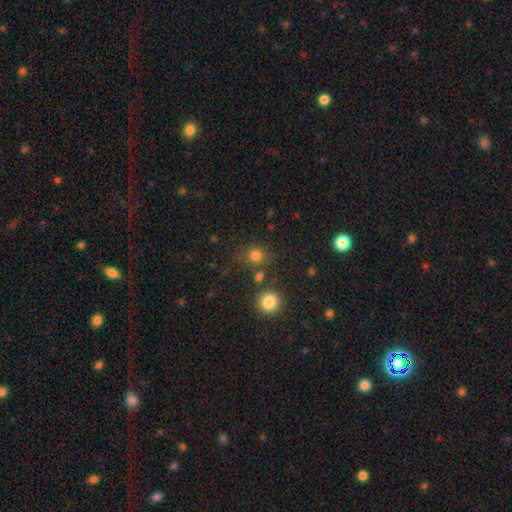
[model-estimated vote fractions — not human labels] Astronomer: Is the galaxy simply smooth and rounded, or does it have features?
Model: smooth — 78%.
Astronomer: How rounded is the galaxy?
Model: round — 84%.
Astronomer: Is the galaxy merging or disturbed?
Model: none — 74%.